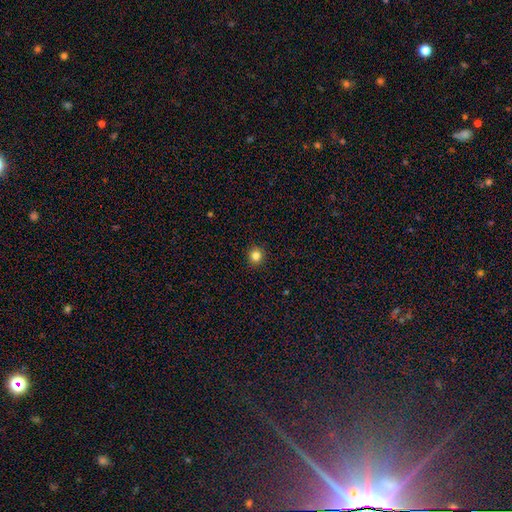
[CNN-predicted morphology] A smooth galaxy with no disk features (84%) that is round (94%).

Vote fractions:
- Smooth or featured? smooth: 84% / star or artifact: 12% / featured or disk: 4%
- How rounded? round: 94% / in between: 5% / cigar-shaped: 1%
- Merging? none: 93% / minor disturbance: 5% / major disturbance: 2% / merger: 1%